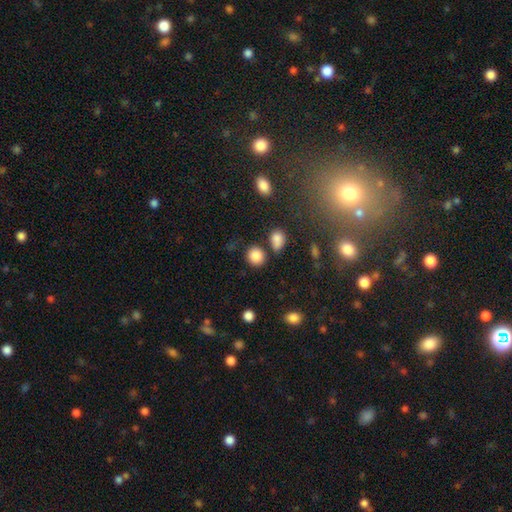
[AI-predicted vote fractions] The model was most divided on "how rounded": round: 81%, in between: 18%, cigar-shaped: 1%. More confident: smooth or featured — smooth (86%); merging — none (77%).